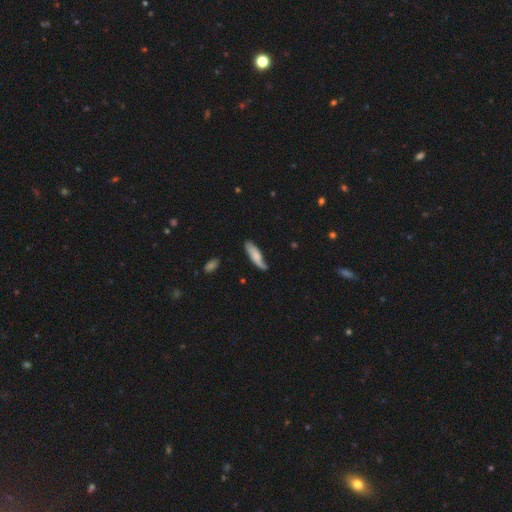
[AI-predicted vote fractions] Smooth or featured: smooth — 64% (featured or disk — 30%)
How rounded: cigar-shaped — 56% (in between — 42%)
Merging: none — 59% (minor disturbance — 30%)